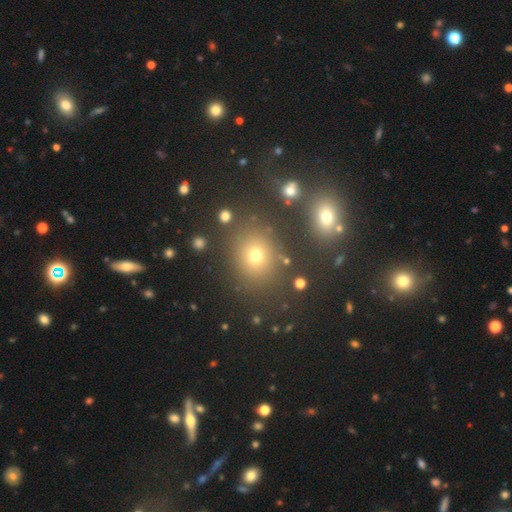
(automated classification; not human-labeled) This is likely a smooth galaxy (69%). How rounded: likely round (73%). Merging: likely none (79%).